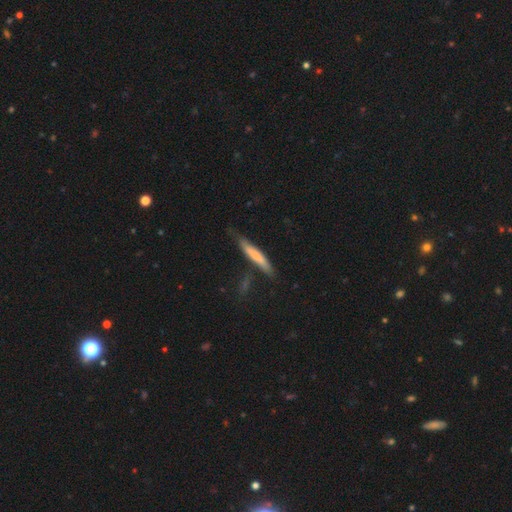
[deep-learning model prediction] Smooth or featured?
  - smooth: 64% *
  - featured or disk: 30%
  - star or artifact: 6%
How rounded?
  - cigar-shaped: 92% *
  - in between: 7%
  - round: 1%
Merging?
  - none: 66% *
  - minor disturbance: 24%
  - major disturbance: 6%
  - merger: 4%